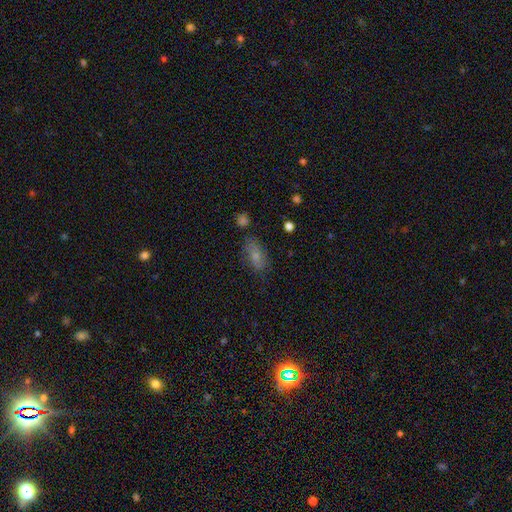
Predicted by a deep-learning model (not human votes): This is likely a smooth galaxy (70%). How rounded: clearly in between (84%). Merging: likely none (71%).